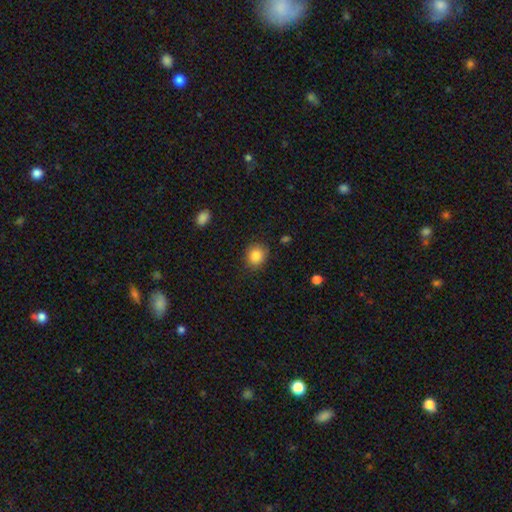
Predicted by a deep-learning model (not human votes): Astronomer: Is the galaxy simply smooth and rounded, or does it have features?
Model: smooth — 85%.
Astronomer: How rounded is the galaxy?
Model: round — 77%.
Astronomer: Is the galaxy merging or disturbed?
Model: none — 81%.